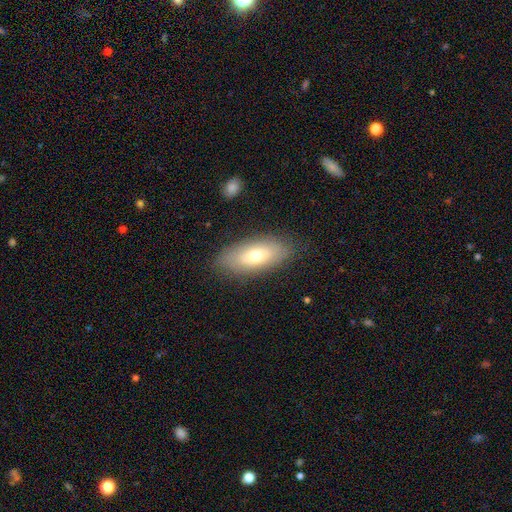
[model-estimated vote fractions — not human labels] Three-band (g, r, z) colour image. It shows a smooth galaxy with no disk features (63%) that is in between round and cigar-shaped (83%). Merging: none (84%).